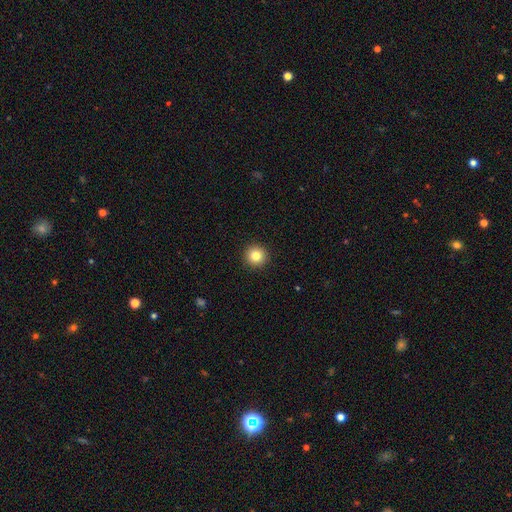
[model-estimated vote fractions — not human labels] Smooth or featured? smooth (82%)
How rounded? round (95%)
Merging? none (93%)